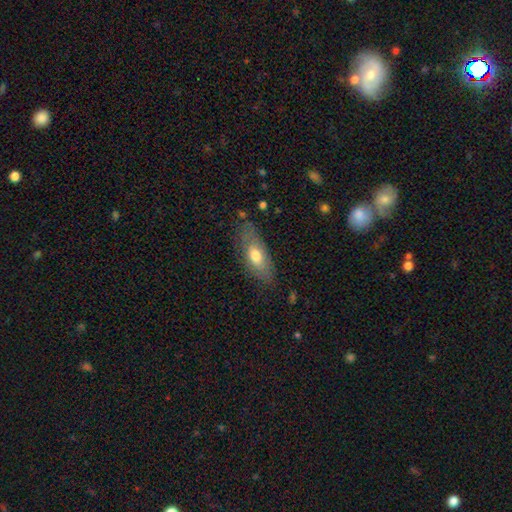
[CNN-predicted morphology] This appears to be a smooth galaxy with no disk features (65%) that is in between round and cigar-shaped (79%). Merging: none (72%).